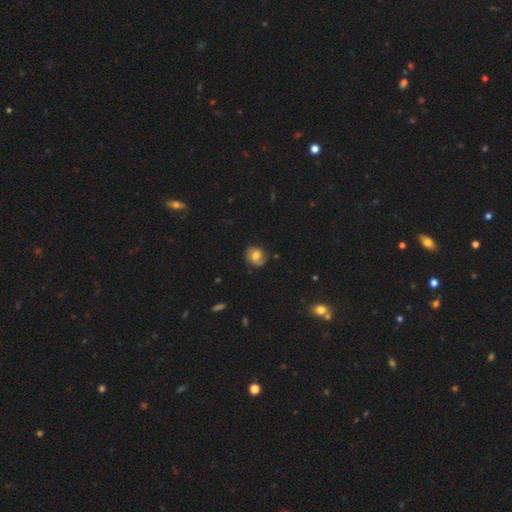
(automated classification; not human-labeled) Smooth or featured: smooth — 58% (featured or disk — 33%)
How rounded: round — 72% (in between — 27%)
Merging: none — 76% (minor disturbance — 18%)